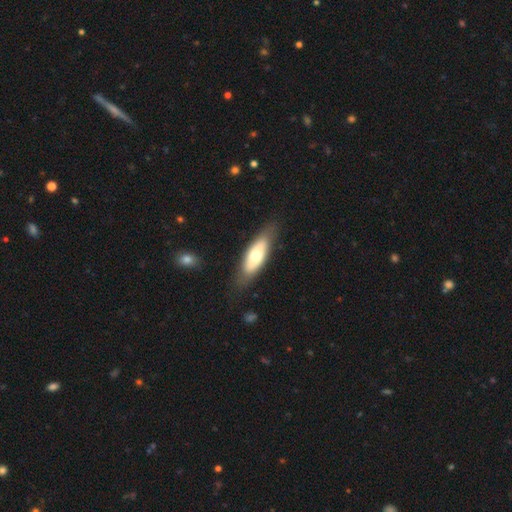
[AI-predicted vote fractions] Smooth or featured: smooth — 56% (featured or disk — 39%)
How rounded: in between — 71% (cigar-shaped — 27%)
Merging: none — 78% (minor disturbance — 16%)